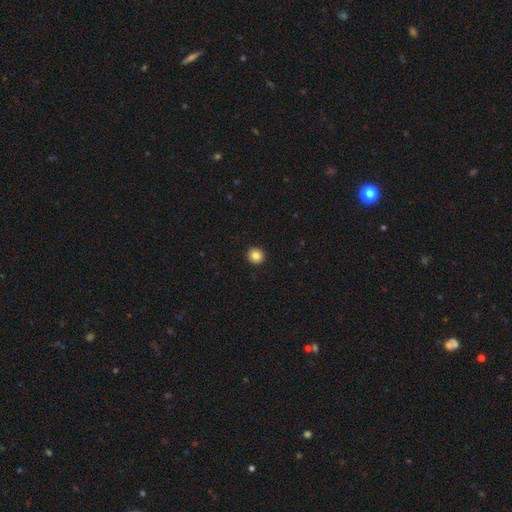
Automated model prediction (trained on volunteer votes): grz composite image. It shows a smooth galaxy with no disk features (84%) that is round (94%). Merging: none (94%).